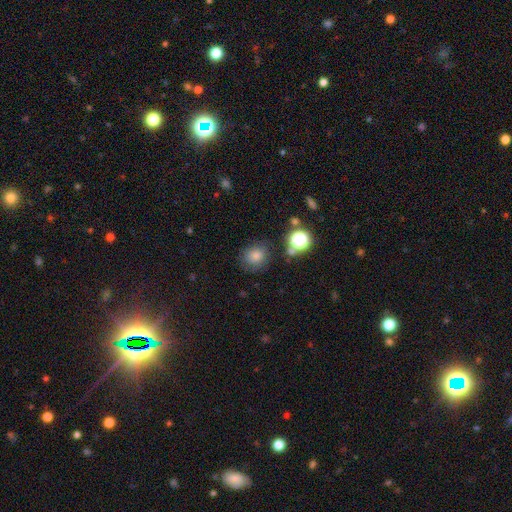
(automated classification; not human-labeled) The model was most divided on "how rounded": round: 78%, in between: 21%, cigar-shaped: 1%. More confident: merging — none (76%); smooth or featured — smooth (76%).